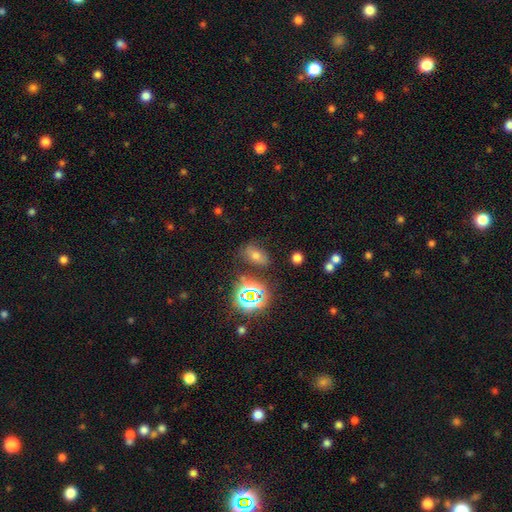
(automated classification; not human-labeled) A smooth galaxy with no disk features (55%) that is in between round and cigar-shaped (83%). Merging: none (71%).